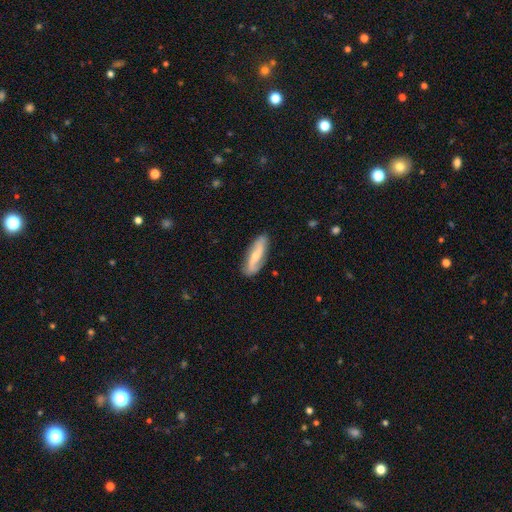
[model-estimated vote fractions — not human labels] Morphology: type=featured or disk (61%); edge-on=no (78%); merging=none (84%).